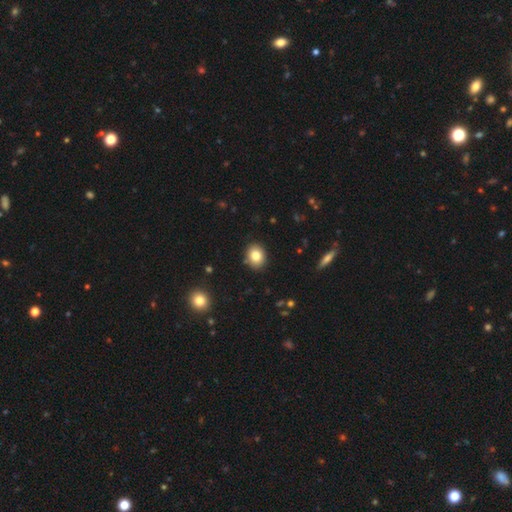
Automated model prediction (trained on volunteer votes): A smooth galaxy with no disk features (81%) that is round (51%).

Vote fractions:
- Smooth or featured? smooth: 81% / star or artifact: 10% / featured or disk: 9%
- How rounded? round: 51% / in between: 48% / cigar-shaped: 1%
- Merging? none: 88% / minor disturbance: 8% / major disturbance: 2% / merger: 1%